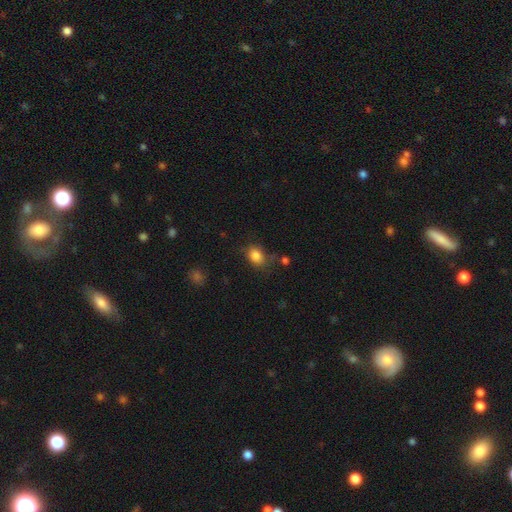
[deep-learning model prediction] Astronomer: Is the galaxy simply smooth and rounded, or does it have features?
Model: smooth — 85%.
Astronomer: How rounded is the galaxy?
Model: in between — 56% (runner-up: round, 43%).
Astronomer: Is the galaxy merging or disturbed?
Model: none — 70%.